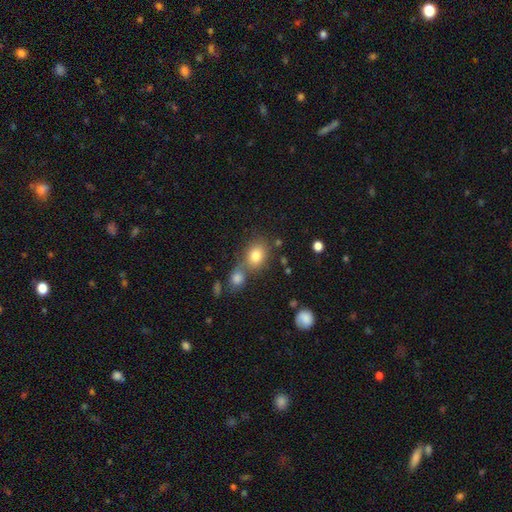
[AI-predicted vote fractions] smooth_or_featured: smooth (p=0.80) [alt: star or artifact p=0.11]
how_rounded: in between (p=0.50) [alt: round p=0.49]
merging: none (p=0.49) [alt: merger p=0.35]